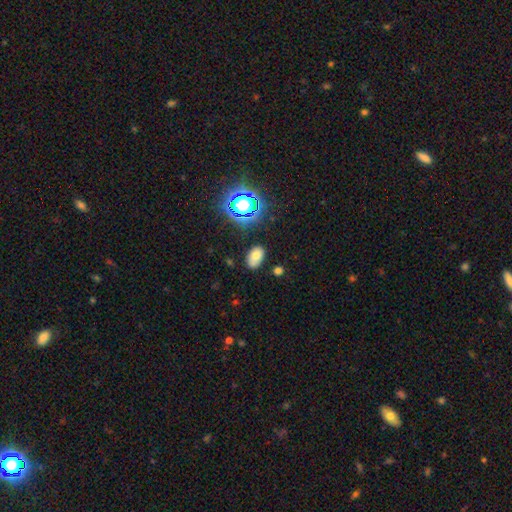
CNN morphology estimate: Smooth or featured? Predicted: smooth (p=0.69). How rounded? Predicted: in between (p=0.89). Merging? Predicted: none (p=0.74).